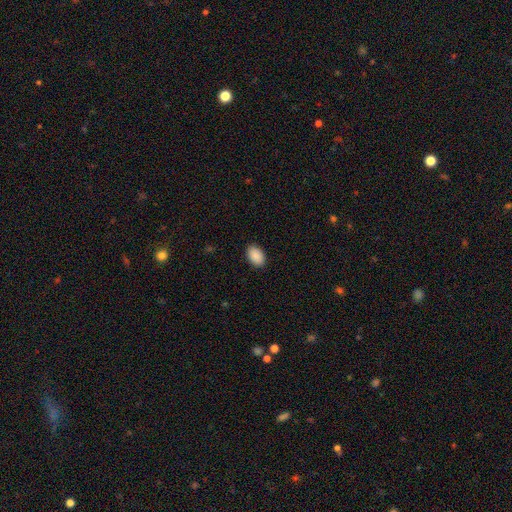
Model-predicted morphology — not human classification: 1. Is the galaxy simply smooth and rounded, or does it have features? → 91% smooth, 7% star or artifact, 3% featured or disk.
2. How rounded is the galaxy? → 90% in between, 9% round, 1% cigar-shaped.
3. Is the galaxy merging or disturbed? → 89% none, 8% minor disturbance, 2% major disturbance, 1% merger.